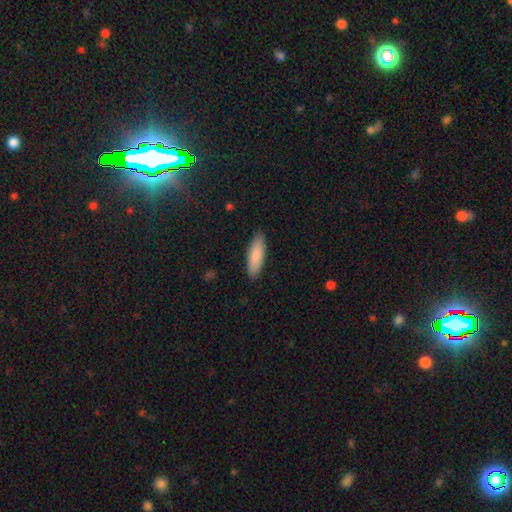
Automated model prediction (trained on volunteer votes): Smooth or featured? smooth (87%)
How rounded? cigar-shaped (50%)
Merging? none (90%)